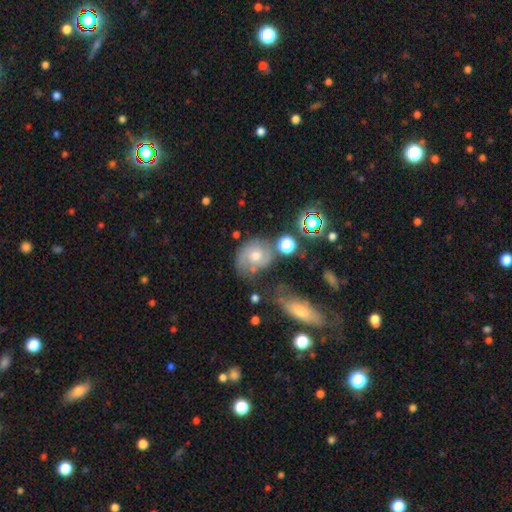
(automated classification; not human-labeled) Smooth or featured? Predicted: featured or disk (p=0.43). Merging? Predicted: none (p=0.46).